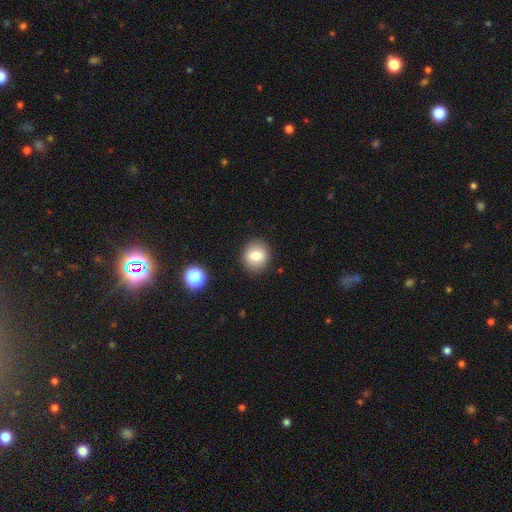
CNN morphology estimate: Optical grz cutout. It shows a smooth galaxy with no disk features (79%) that is round (81%). Merging: none (88%).